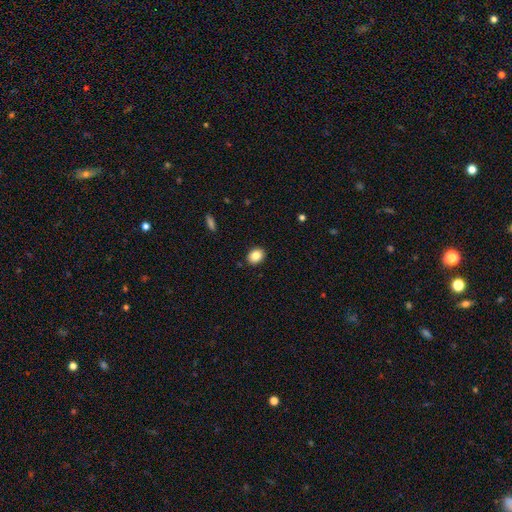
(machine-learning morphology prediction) smooth_or_featured: smooth (p=0.84) [alt: star or artifact p=0.09]
how_rounded: in between (p=0.56) [alt: round p=0.43]
merging: none (p=0.89) [alt: minor disturbance p=0.07]